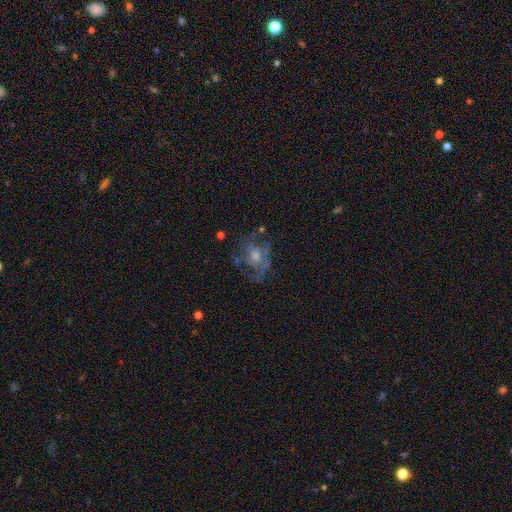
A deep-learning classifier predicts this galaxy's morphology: type=featured or disk (69%); edge-on=no (97%); bar=no (78%); spiral arms=yes (66%); bulge=moderate (54%); merging=none (58%).